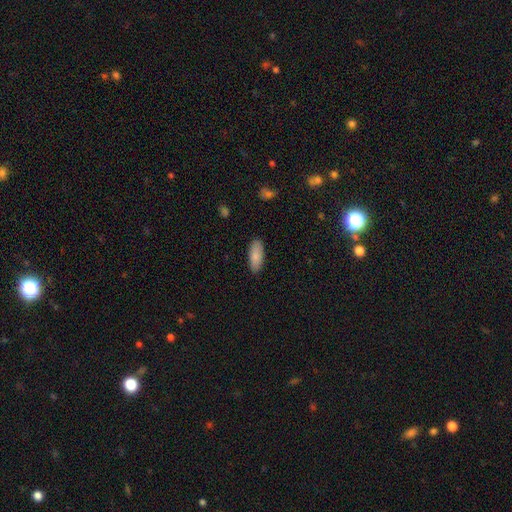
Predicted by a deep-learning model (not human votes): A smooth galaxy with no disk features (85%) that is in between round and cigar-shaped (81%). Merging: none (87%).